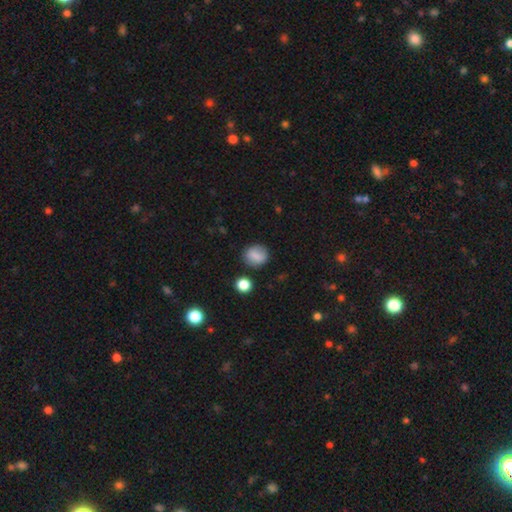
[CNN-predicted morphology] Smooth or featured? Predicted: smooth (p=0.78). How rounded? Predicted: round (p=0.69). Merging? Predicted: none (p=0.82).